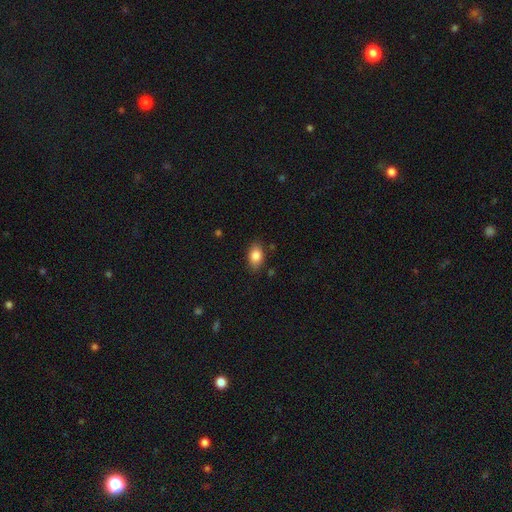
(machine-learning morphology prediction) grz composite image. It shows a smooth galaxy with no disk features (84%) that is in between round and cigar-shaped (84%). Merging: none (80%).